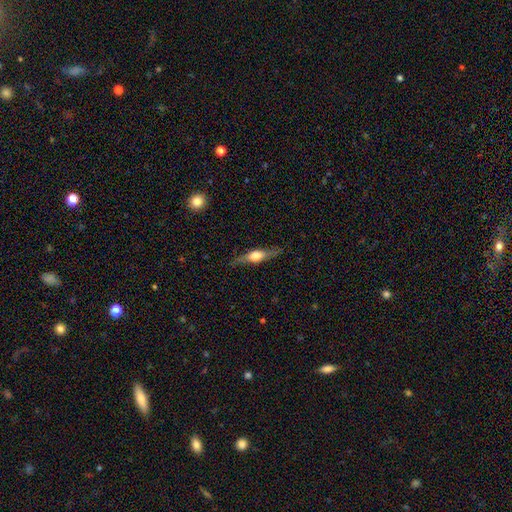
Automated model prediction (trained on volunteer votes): This appears to be a featured or disk galaxy (60%) viewed edge-on (92%) with a rounded central bulge (90%). Merging: none (82%).